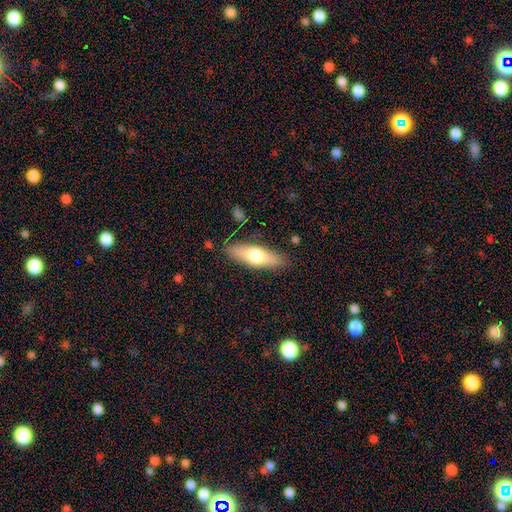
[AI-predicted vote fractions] smooth 61%, featured or disk 33%, star or artifact 6%. Down the decision tree: how rounded — in between (51%); merging — none (85%).